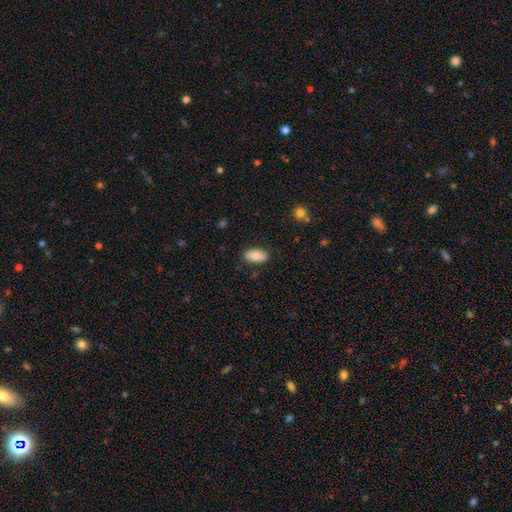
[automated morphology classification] The model was most divided on "smooth or featured": smooth: 79%, featured or disk: 15%, star or artifact: 7%. More confident: how rounded — in between (92%); merging — none (83%).